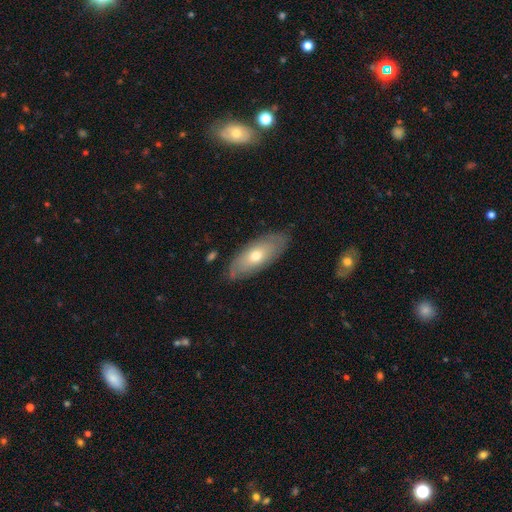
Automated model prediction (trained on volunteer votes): smooth_or_featured: smooth (p=0.50) [alt: featured or disk p=0.43]
how_rounded: in between (p=0.76) [alt: cigar-shaped p=0.21]
merging: none (p=0.82) [alt: minor disturbance p=0.14]